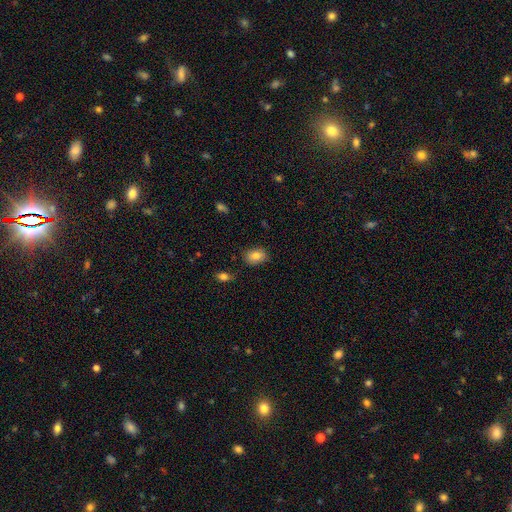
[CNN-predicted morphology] This is clearly a smooth galaxy (83%). How rounded: likely in between (72%). Merging: clearly none (80%).